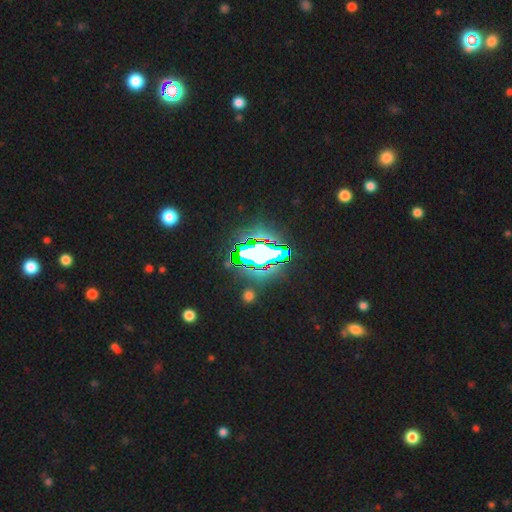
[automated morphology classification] The model was most divided on "smooth or featured": star or artifact: 70%, smooth: 16%, featured or disk: 14%.